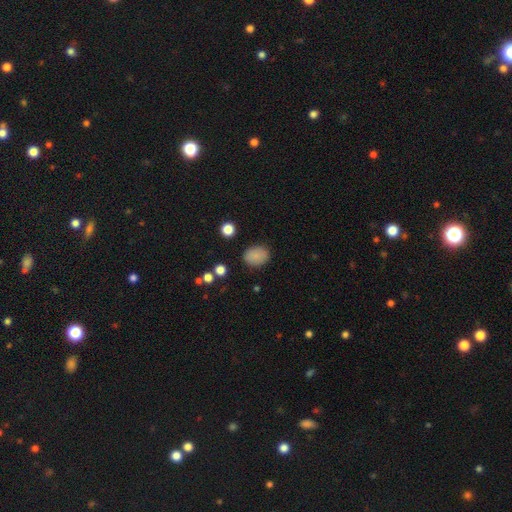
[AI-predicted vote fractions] smooth-or-featured: smooth: 84% | star or artifact: 10% | featured or disk: 6%
  how-rounded: in between: 60% | round: 39% | cigar-shaped: 1%
  merging: none: 85% | minor disturbance: 11% | major disturbance: 3% | merger: 1%